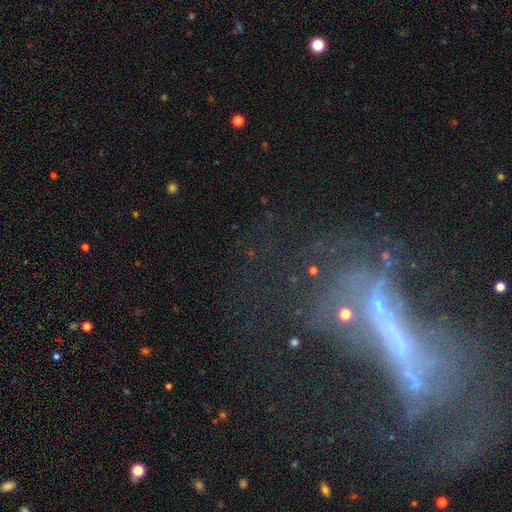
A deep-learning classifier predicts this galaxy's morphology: Overall: featured or disk (56%; star or artifact 27%). Edge-on disk: no (72%). Merging: major disturbance (39%; none 32%).